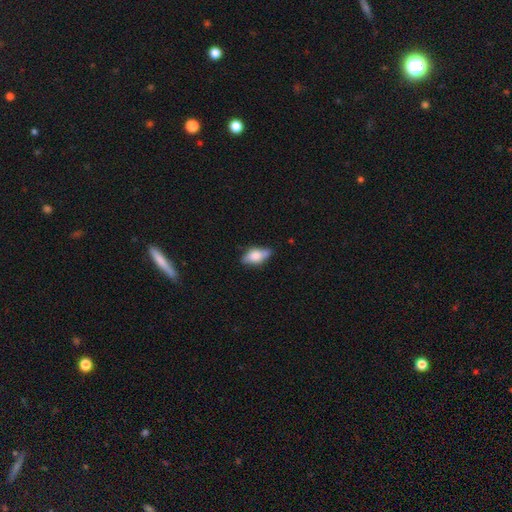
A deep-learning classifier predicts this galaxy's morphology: type=smooth (62%); roundness=in between (84%); merging=none (69%).